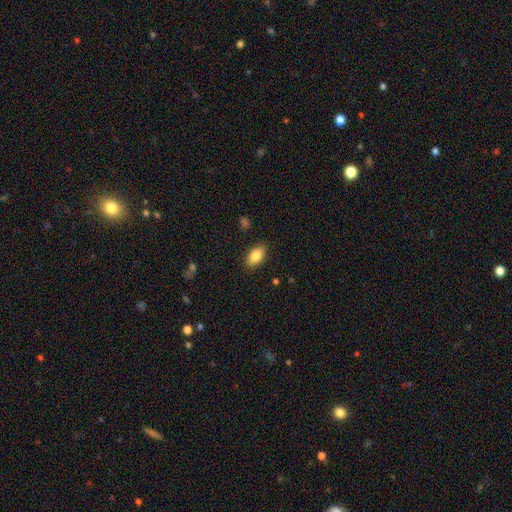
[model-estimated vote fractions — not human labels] A smooth galaxy with no disk features (84%) that is in between round and cigar-shaped (91%). Merging: none (87%).